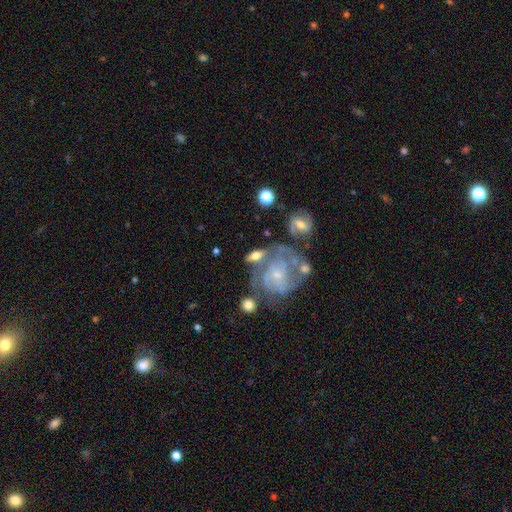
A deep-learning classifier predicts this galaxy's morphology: Q: Smooth or featured?
A: featured or disk (56%); runner-up: smooth (35%)
Q: Edge-on disk?
A: no (88%); runner-up: yes (12%)
Q: Merging?
A: none (46%); runner-up: minor disturbance (21%)